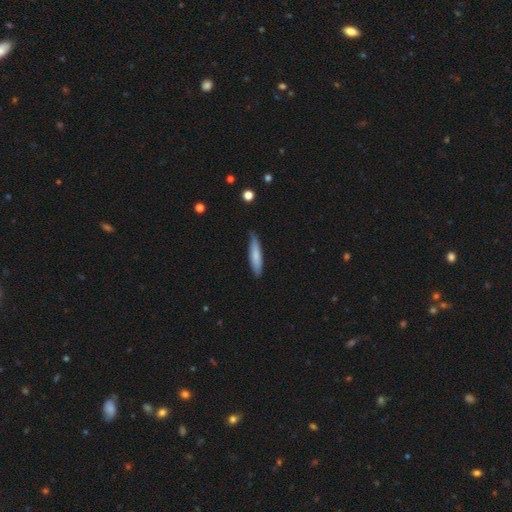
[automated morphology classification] A smooth galaxy with no disk features (76%) that is cigar-shaped (80%).

Vote fractions:
- Smooth or featured? smooth: 76% / featured or disk: 18% / star or artifact: 5%
- How rounded? cigar-shaped: 80% / in between: 19% / round: 1%
- Merging? none: 76% / minor disturbance: 20% / major disturbance: 3% / merger: 1%